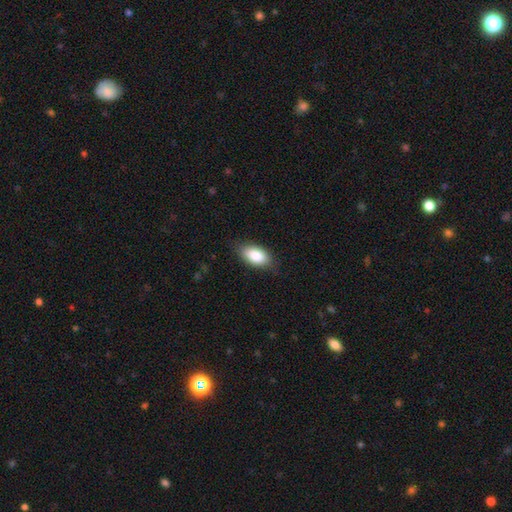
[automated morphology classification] A smooth galaxy with no disk features (87%) that is in between round and cigar-shaped (93%). Merging: none (81%).